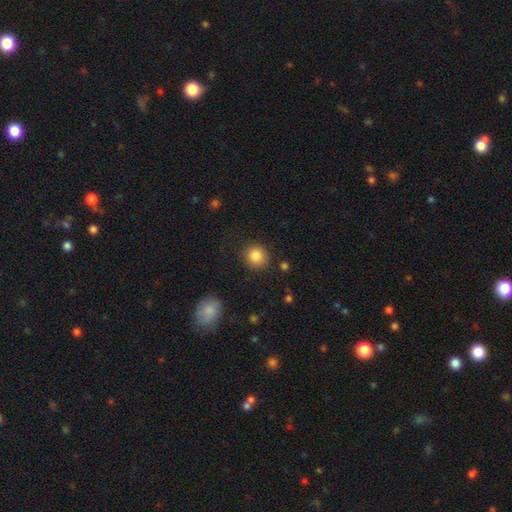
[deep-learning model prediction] Morphology: type=smooth (85%); roundness=round (91%); merging=none (87%).